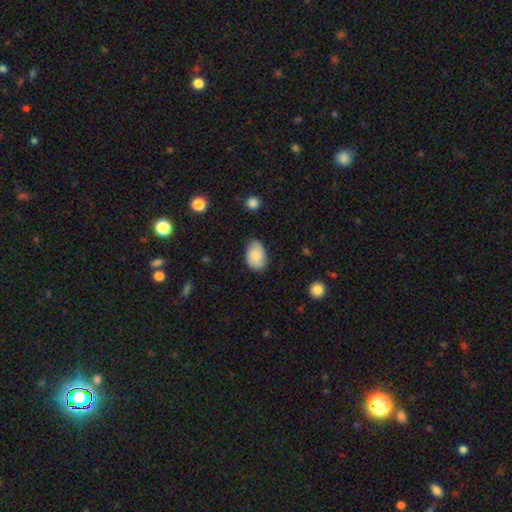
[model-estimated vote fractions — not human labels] Overall: smooth (74%). How rounded: in between (86%). Merging: none (67%).